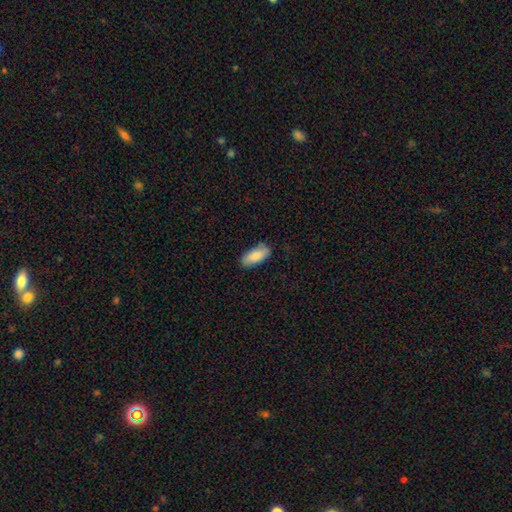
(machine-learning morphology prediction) smooth-or-featured: smooth: 87% | featured or disk: 8% | star or artifact: 6%
  how-rounded: in between: 85% | cigar-shaped: 13% | round: 2%
  merging: none: 82% | minor disturbance: 14% | major disturbance: 3% | merger: 1%